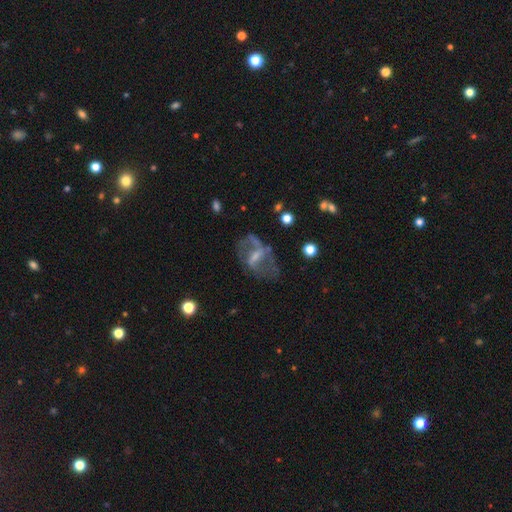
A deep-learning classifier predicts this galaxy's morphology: The model was most divided on "bulge size": small: 42%, moderate: 28%, none: 25%, large: 4%, dominant: 1%. Remaining: edge-on disk — no (94%); smooth or featured — featured or disk (71%); spiral arms — yes (67%); merging — none (53%); bar — weak (47%).